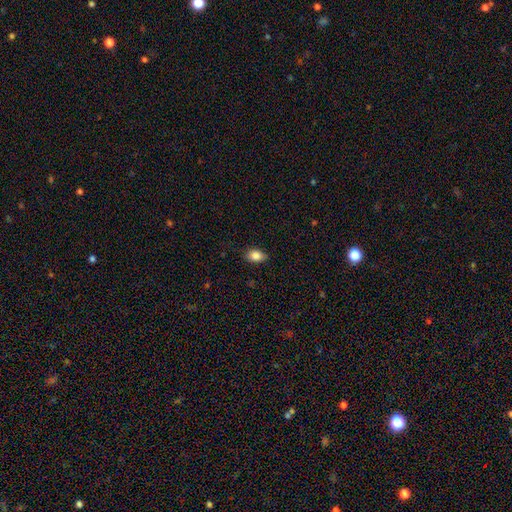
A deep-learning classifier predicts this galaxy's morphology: Smooth or featured? Predicted: smooth (p=0.85). How rounded? Predicted: in between (p=0.82). Merging? Predicted: none (p=0.84).